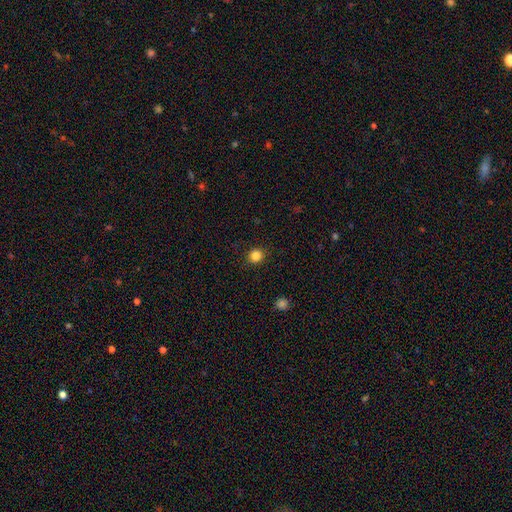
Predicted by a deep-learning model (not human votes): Morphology: type=smooth (84%); roundness=round (90%); merging=none (91%).